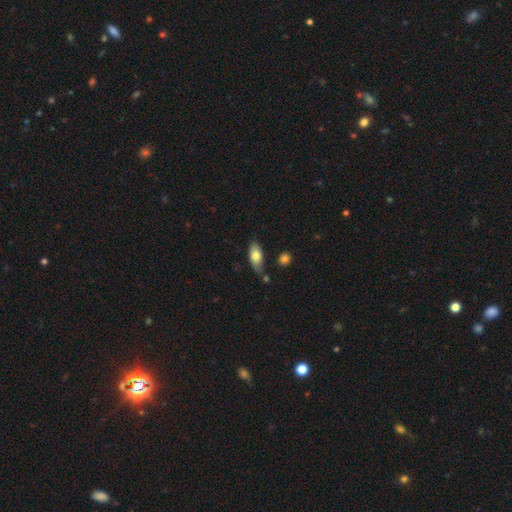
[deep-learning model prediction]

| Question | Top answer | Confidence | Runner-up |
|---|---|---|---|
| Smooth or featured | smooth | 75% | featured or disk (18%) |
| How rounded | in between | 85% | cigar-shaped (12%) |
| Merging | none | 66% | minor disturbance (22%) |